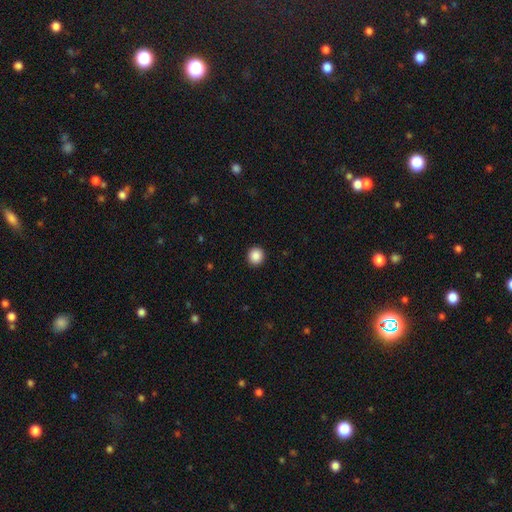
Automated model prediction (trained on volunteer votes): Smooth or featured?
  - smooth: 88% *
  - star or artifact: 9%
  - featured or disk: 3%
How rounded?
  - round: 93% *
  - in between: 6%
  - cigar-shaped: 1%
Merging?
  - none: 93% *
  - minor disturbance: 4%
  - major disturbance: 2%
  - merger: 1%